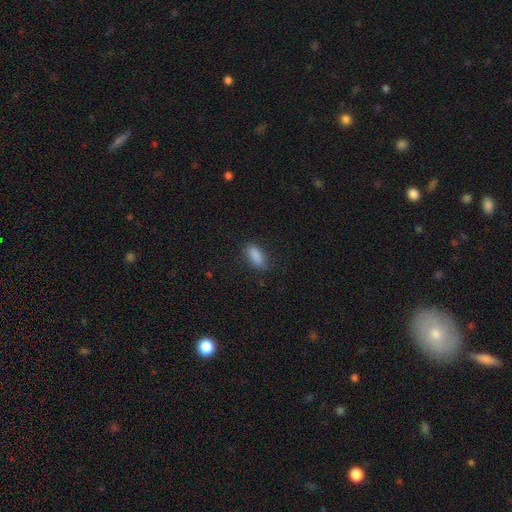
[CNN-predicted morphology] smooth_or_featured: smooth (p=0.88) [alt: star or artifact p=0.08]
how_rounded: in between (p=0.81) [alt: cigar-shaped p=0.16]
merging: none (p=0.83) [alt: minor disturbance p=0.13]